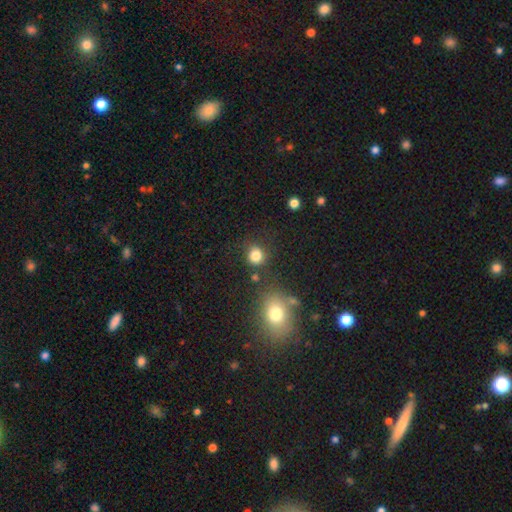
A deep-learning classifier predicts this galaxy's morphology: A smooth galaxy with no disk features (82%) that is round (82%).

Vote fractions:
- Smooth or featured? smooth: 82% / star or artifact: 12% / featured or disk: 5%
- How rounded? round: 82% / in between: 17% / cigar-shaped: 1%
- Merging? none: 77% / minor disturbance: 12% / merger: 6% / major disturbance: 5%